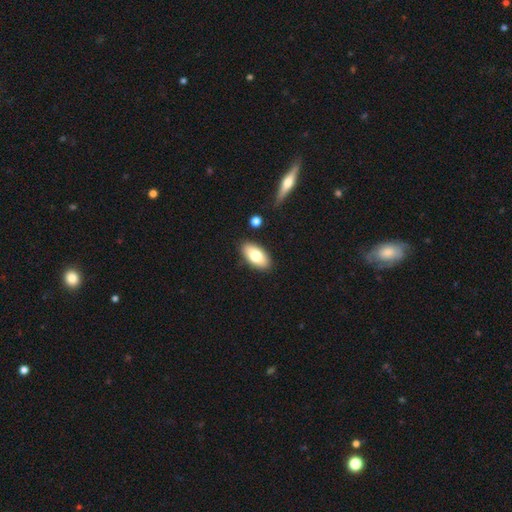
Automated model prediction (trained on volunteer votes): This is likely a smooth galaxy (75%). How rounded: clearly in between (92%). Merging: clearly none (87%).